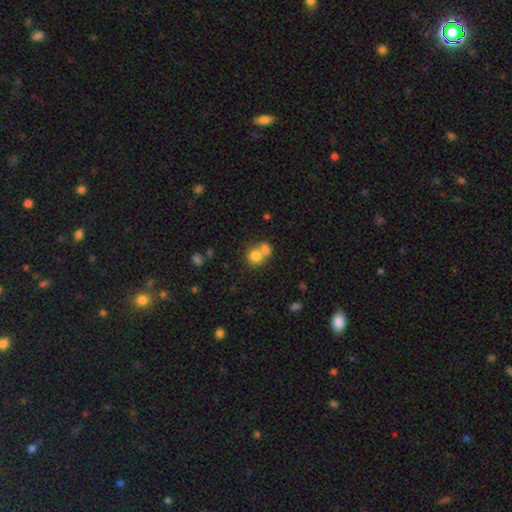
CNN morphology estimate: This appears to be a smooth galaxy with no disk features (77%) that is round (82%). Merging: merger (50%).